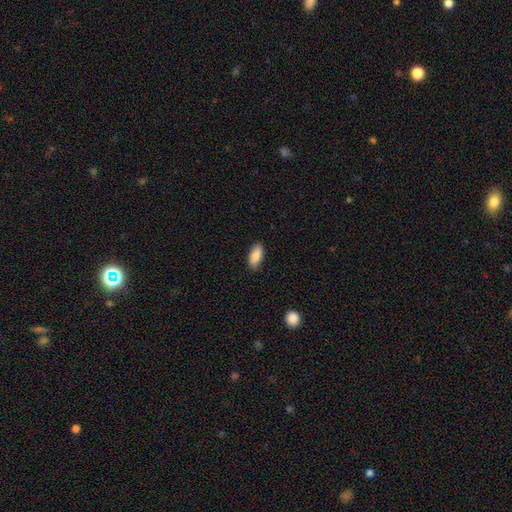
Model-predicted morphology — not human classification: A smooth galaxy with no disk features (85%) that is in between round and cigar-shaped (89%).

Vote fractions:
- Smooth or featured? smooth: 85% / featured or disk: 9% / star or artifact: 6%
- How rounded? in between: 89% / cigar-shaped: 8% / round: 2%
- Merging? none: 87% / minor disturbance: 10% / major disturbance: 2% / merger: 1%